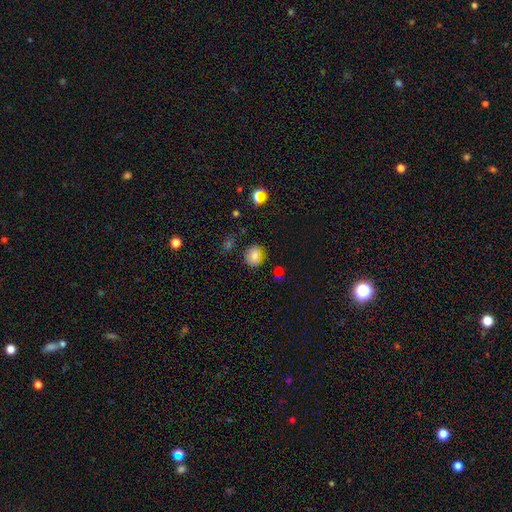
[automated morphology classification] smooth-or-featured: smooth: 76% | star or artifact: 15% | featured or disk: 10%
  how-rounded: round: 64% | in between: 35% | cigar-shaped: 1%
  merging: none: 77% | minor disturbance: 15% | major disturbance: 4% | merger: 3%